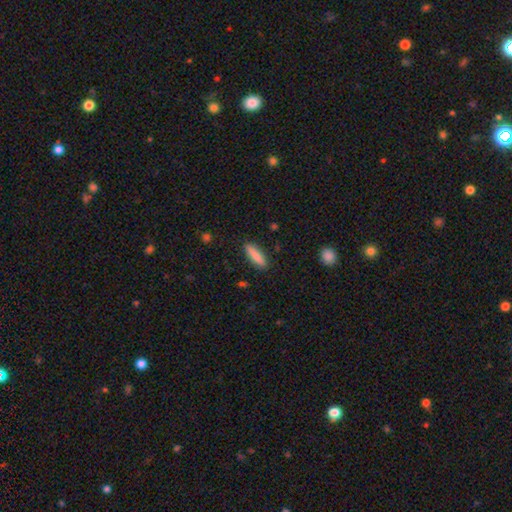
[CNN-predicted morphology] smooth 86%, featured or disk 8%, star or artifact 6%. Down the decision tree: how rounded — cigar-shaped (57%); merging — none (88%).